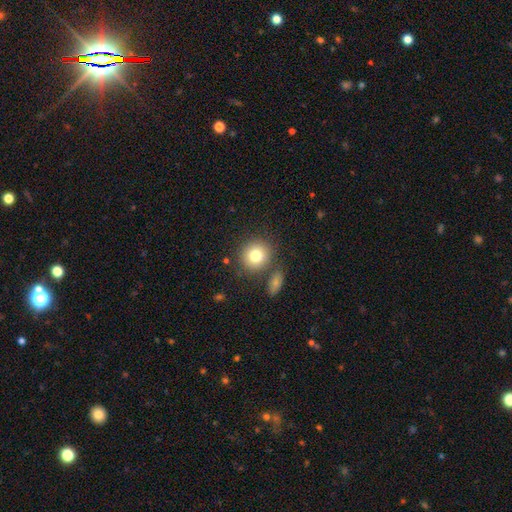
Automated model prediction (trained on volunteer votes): Morphology: type=smooth (79%); roundness=round (88%); merging=none (76%).